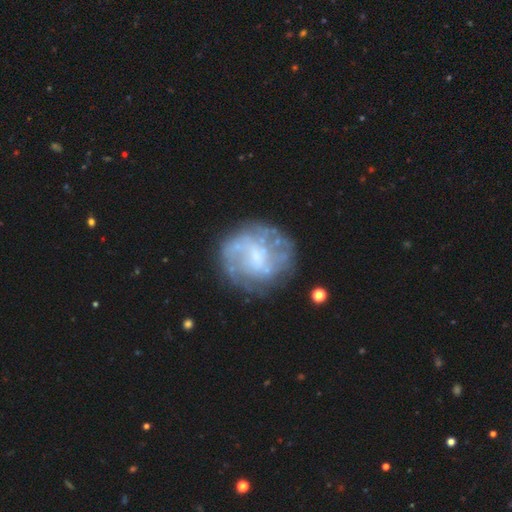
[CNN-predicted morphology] Smooth or featured?
  - featured or disk: 70% *
  - smooth: 21%
  - star or artifact: 9%
Edge-on disk?
  - no: 98% *
  - yes: 2%
Bar?
  - no: 47% *
  - weak: 41%
  - strong: 12%
Spiral arms?
  - yes: 68% *
  - no: 32%
Bulge size?
  - small: 41% *
  - none: 32%
  - moderate: 22%
  - large: 4%
  - dominant: 1%
Merging?
  - none: 68% *
  - minor disturbance: 17%
  - major disturbance: 13%
  - merger: 3%